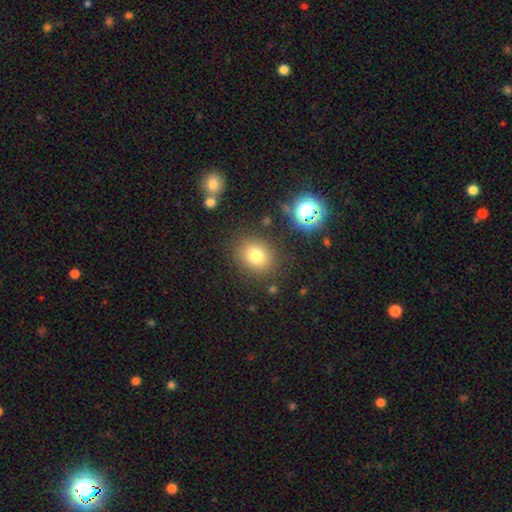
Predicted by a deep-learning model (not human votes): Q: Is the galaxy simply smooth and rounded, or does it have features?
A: smooth — 77%.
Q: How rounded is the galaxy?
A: round — 64%.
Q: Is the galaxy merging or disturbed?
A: none — 84%.